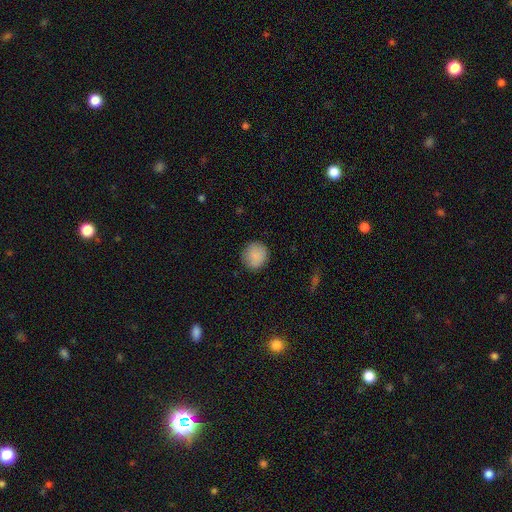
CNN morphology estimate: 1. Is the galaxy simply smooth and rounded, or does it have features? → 88% smooth, 7% star or artifact, 5% featured or disk.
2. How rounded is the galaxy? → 90% round, 9% in between, 1% cigar-shaped.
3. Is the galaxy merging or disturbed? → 86% none, 10% minor disturbance, 3% major disturbance, 1% merger.